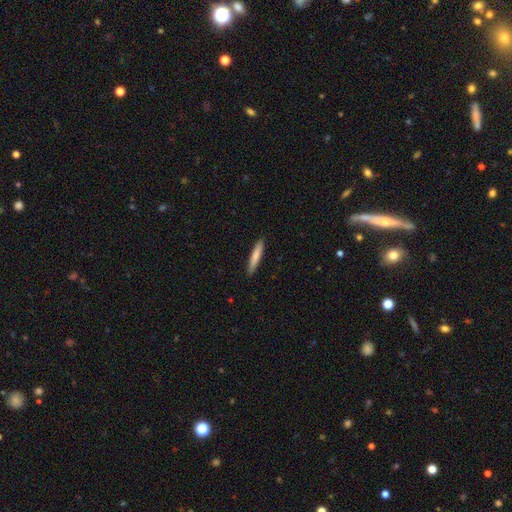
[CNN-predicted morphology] Smooth or featured?
  - smooth: 78% *
  - featured or disk: 17%
  - star or artifact: 5%
How rounded?
  - cigar-shaped: 93% *
  - in between: 6%
  - round: 1%
Merging?
  - none: 91% *
  - minor disturbance: 7%
  - major disturbance: 1%
  - merger: 1%